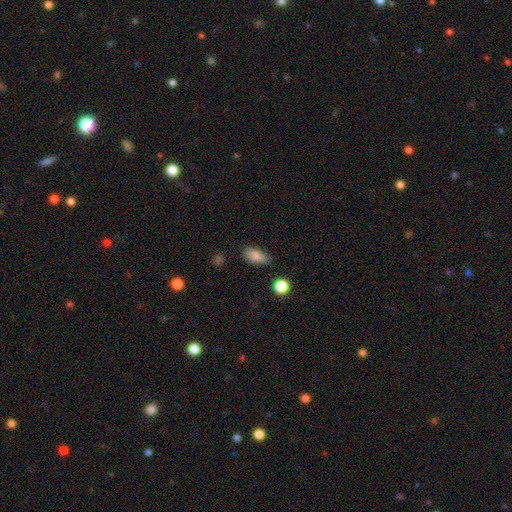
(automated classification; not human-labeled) This appears to be a smooth galaxy with no disk features (85%) that is in between round and cigar-shaped (88%). Merging: none (75%).